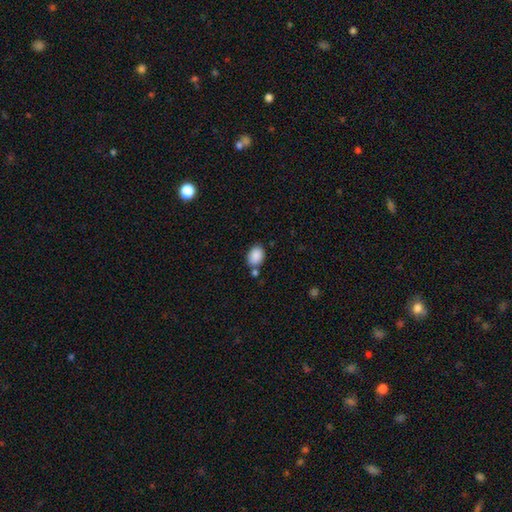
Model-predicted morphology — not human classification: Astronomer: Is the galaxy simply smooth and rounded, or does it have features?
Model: smooth — 89%.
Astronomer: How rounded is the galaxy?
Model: in between — 73%.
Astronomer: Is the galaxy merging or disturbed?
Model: none — 70%.